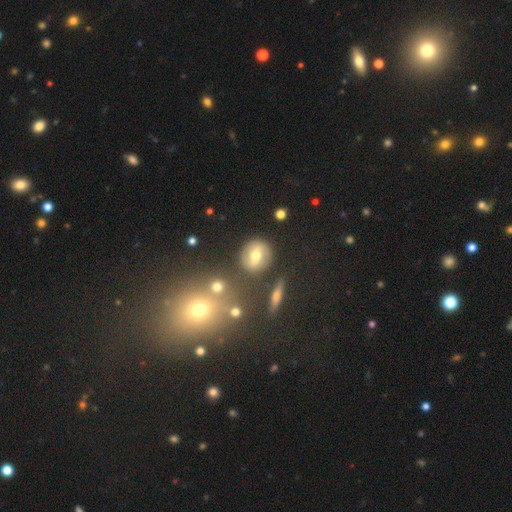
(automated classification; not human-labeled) Smooth or featured: smooth — 53% (featured or disk — 37%)
How rounded: round — 76% (in between — 22%)
Merging: none — 82% (minor disturbance — 10%)